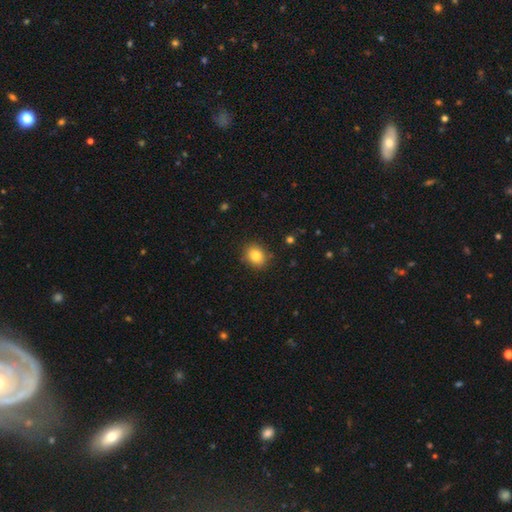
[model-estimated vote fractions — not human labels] This is clearly a smooth galaxy (82%). How rounded: likely round (64%). Merging: clearly none (87%).